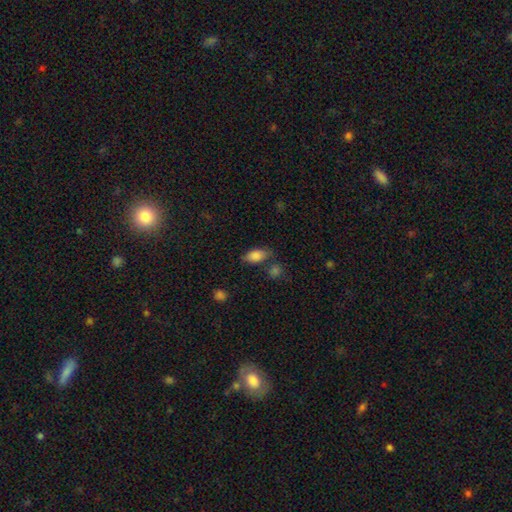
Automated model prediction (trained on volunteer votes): smooth 83%, star or artifact 9%, featured or disk 8%. Down the decision tree: how rounded — in between (89%); merging — none (62%).